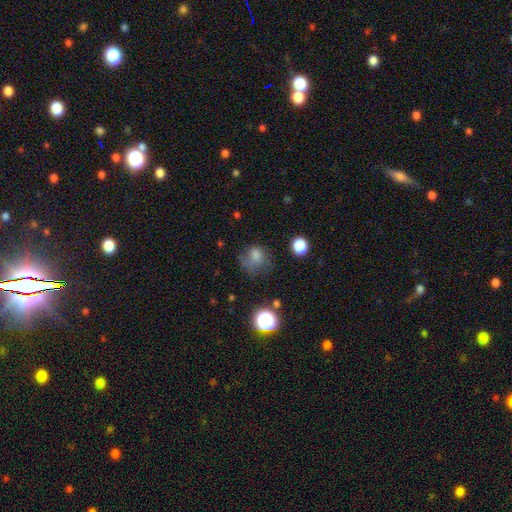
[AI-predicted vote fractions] smooth_or_featured: smooth (p=0.64) [alt: star or artifact p=0.19]
how_rounded: round (p=0.73) [alt: in between p=0.26]
merging: none (p=0.51) [alt: minor disturbance p=0.25]